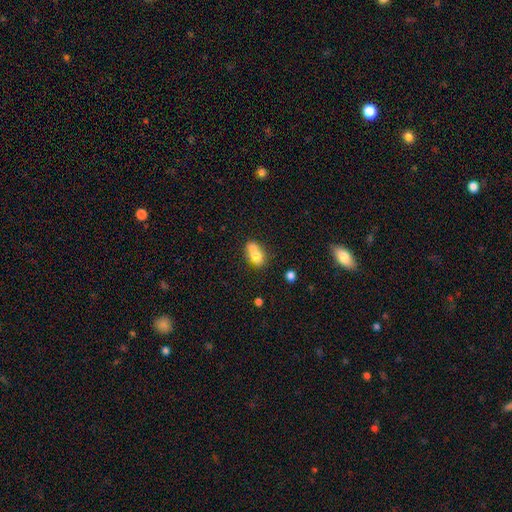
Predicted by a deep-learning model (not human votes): smooth 70%, featured or disk 20%, star or artifact 10%. Down the decision tree: how rounded — round (50%); merging — merger (64%).